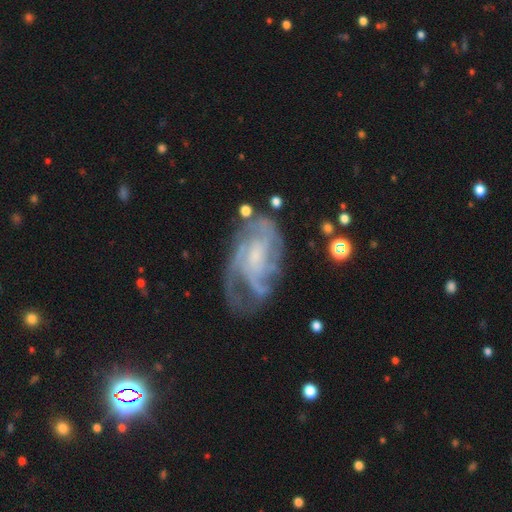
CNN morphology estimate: Smooth or featured? Predicted: featured or disk (p=0.84). Edge-on disk? Predicted: no (p=0.97). Bar? Predicted: no (p=0.58). Spiral arms? Predicted: yes (p=0.93). Spiral winding? Predicted: tight (p=0.43). Spiral arm count? Predicted: can't tell (p=0.31). Bulge size? Predicted: small (p=0.56). Merging? Predicted: none (p=0.55).